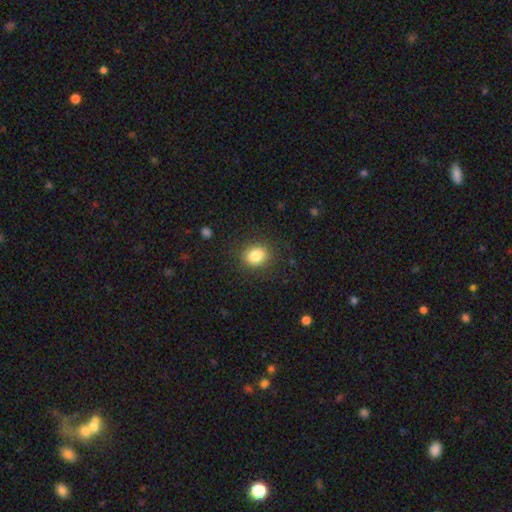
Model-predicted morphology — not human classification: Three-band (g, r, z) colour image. It shows a smooth galaxy with no disk features (84%) that is round (63%). Merging: none (86%).